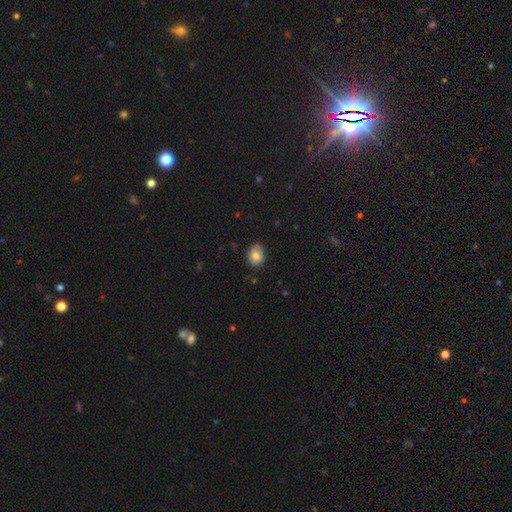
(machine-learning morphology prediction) This appears to be a smooth galaxy with no disk features (81%) that is in between round and cigar-shaped (56%). Merging: none (77%).